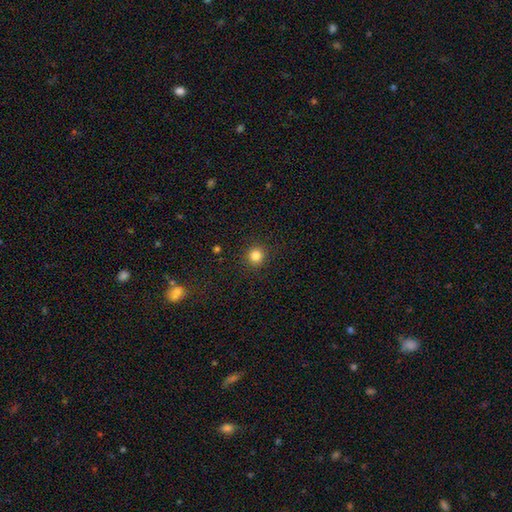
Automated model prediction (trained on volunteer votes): Smooth or featured? Predicted: smooth (p=0.83). How rounded? Predicted: round (p=0.94). Merging? Predicted: none (p=0.91).